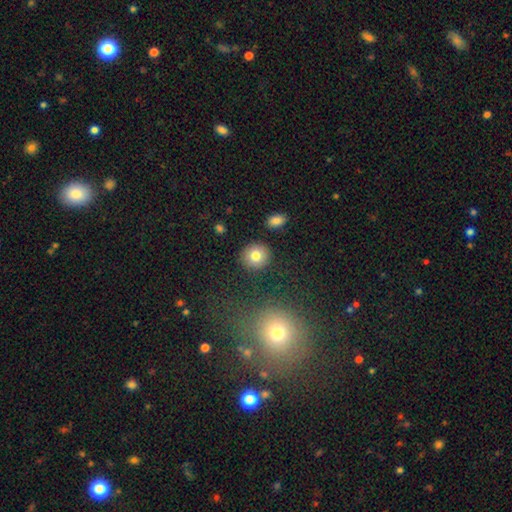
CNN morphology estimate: Overall: smooth (81%). How rounded: round (88%). Merging: none (89%).